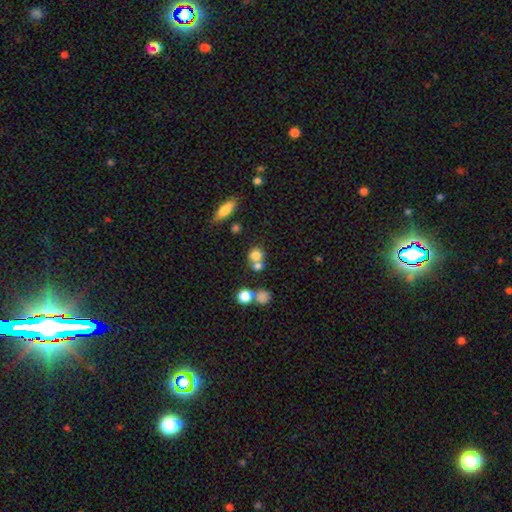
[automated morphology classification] type=smooth (75%); roundness=round (80%); merging=none (45%).